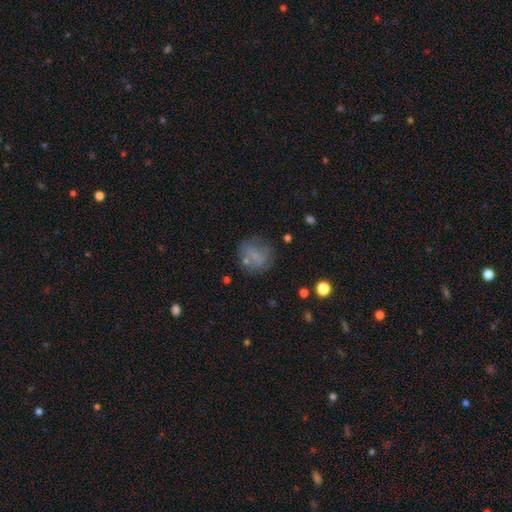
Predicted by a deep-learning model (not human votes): smooth_or_featured: smooth (p=0.61) [alt: featured or disk p=0.25]
how_rounded: round (p=0.72) [alt: in between p=0.26]
merging: none (p=0.61) [alt: minor disturbance p=0.21]